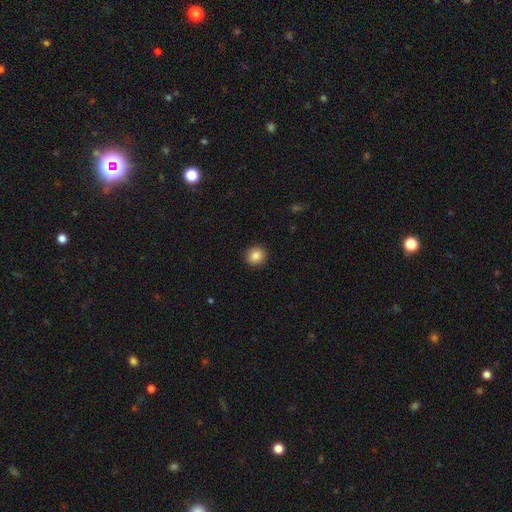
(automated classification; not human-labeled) A smooth galaxy with no disk features (86%) that is round (88%). Merging: none (92%).